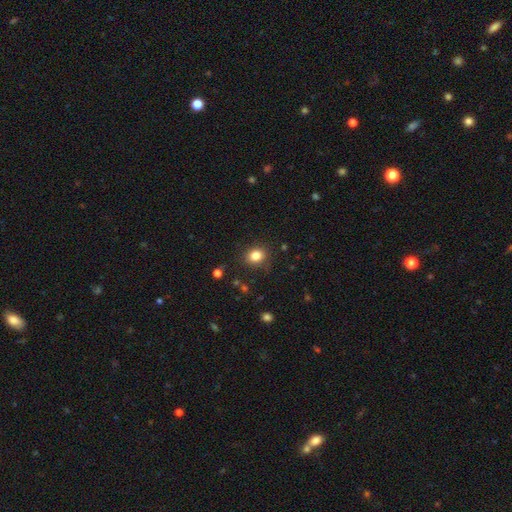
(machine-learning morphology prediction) A smooth galaxy with no disk features (83%) that is round (60%). Merging: none (85%).